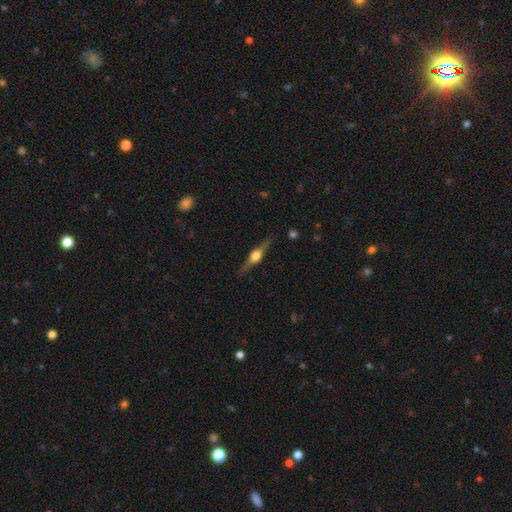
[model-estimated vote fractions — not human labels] smooth_or_featured: featured or disk (p=0.76) [alt: smooth p=0.18]
disk_edge_on: yes (p=0.98) [alt: no p=0.02]
edge_on_bulge: rounded (p=0.94) [alt: boxy p=0.04]
merging: none (p=0.87) [alt: minor disturbance p=0.09]